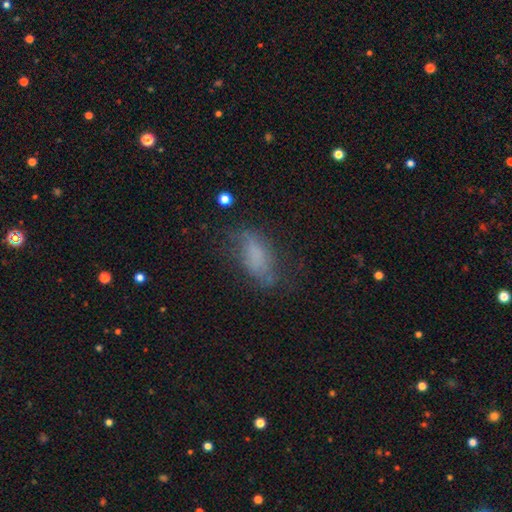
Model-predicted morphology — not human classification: A smooth galaxy with no disk features (63%) that is in between round and cigar-shaped (84%). Merging: none (52%).